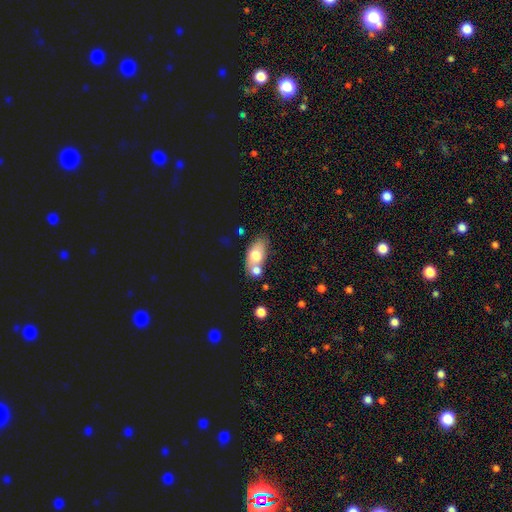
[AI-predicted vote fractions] Overall: smooth (68%). How rounded: in between (86%). Merging: none (45%; merger 35%).